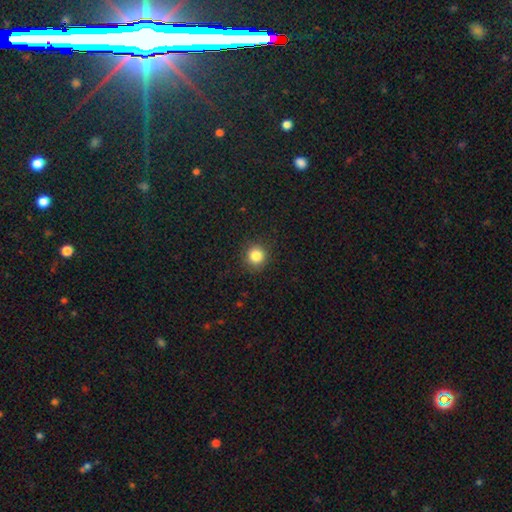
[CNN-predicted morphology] The model was most divided on "smooth or featured": smooth: 84%, star or artifact: 11%, featured or disk: 5%. More confident: how rounded — round (93%); merging — none (90%).